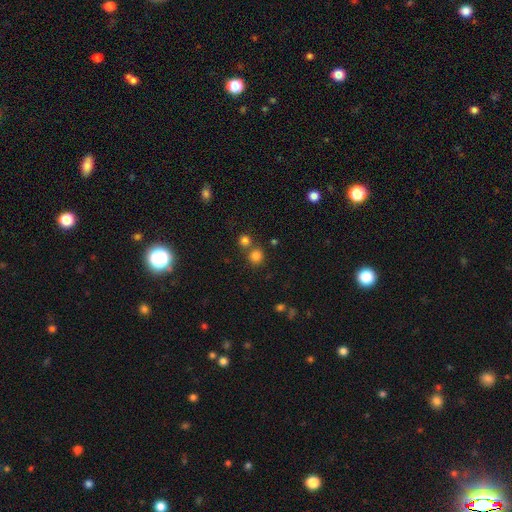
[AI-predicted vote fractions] Overall: smooth (80%). How rounded: round (90%). Merging: none (68%).